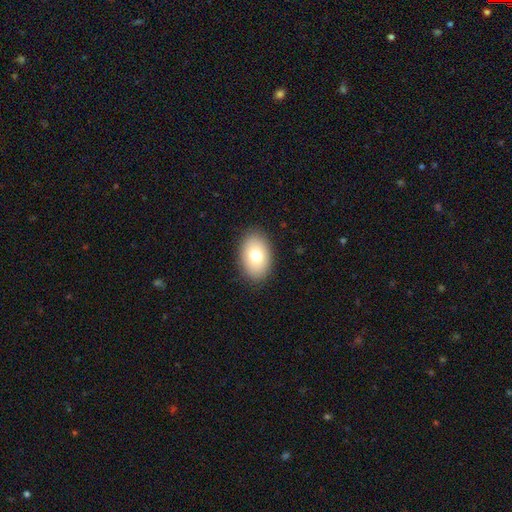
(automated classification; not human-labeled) Smooth or featured? smooth (77%)
How rounded? in between (87%)
Merging? none (89%)